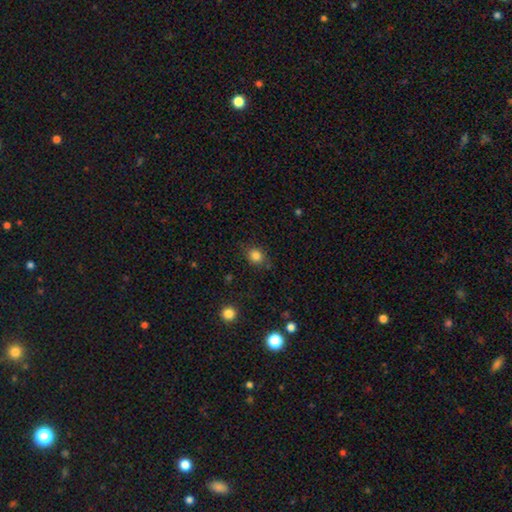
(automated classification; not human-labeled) This is clearly a smooth galaxy (83%). How rounded: likely round (65%). Merging: likely none (78%).